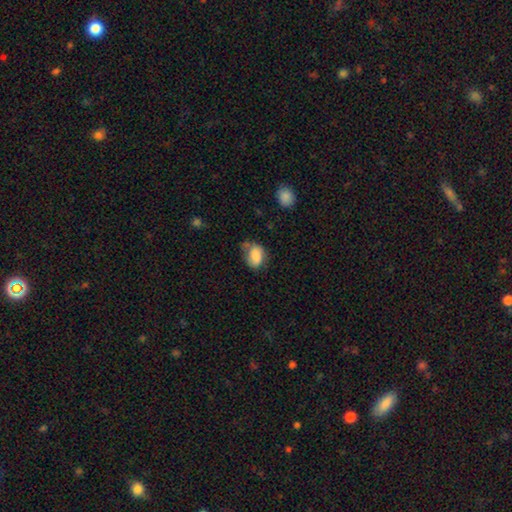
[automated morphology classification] smooth_or_featured: smooth (p=0.83) [alt: featured or disk p=0.09]
how_rounded: in between (p=0.75) [alt: round p=0.24]
merging: none (p=0.47) [alt: minor disturbance p=0.33]